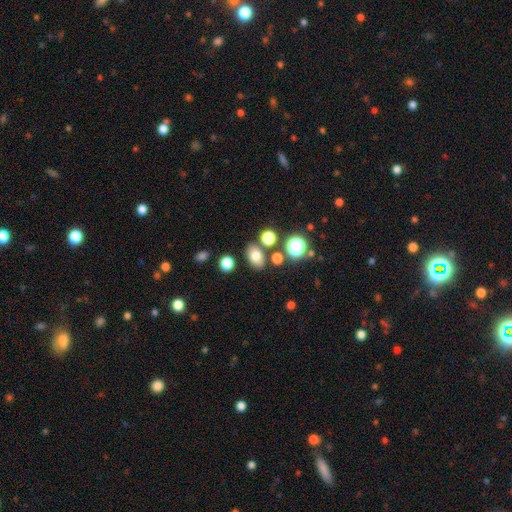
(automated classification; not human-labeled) A smooth galaxy with no disk features (75%) that is in between round and cigar-shaped (80%).

Vote fractions:
- Smooth or featured? smooth: 75% / star or artifact: 14% / featured or disk: 11%
- How rounded? in between: 80% / round: 19% / cigar-shaped: 2%
- Merging? none: 78% / minor disturbance: 11% / merger: 8% / major disturbance: 3%